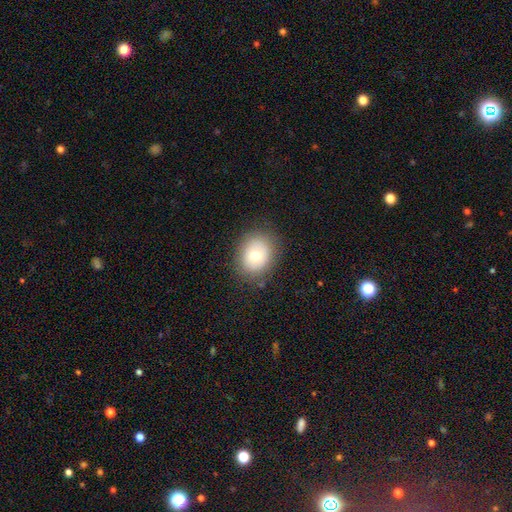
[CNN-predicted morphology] This is likely a smooth galaxy (69%). How rounded: possibly round (59%). Merging: clearly none (83%).